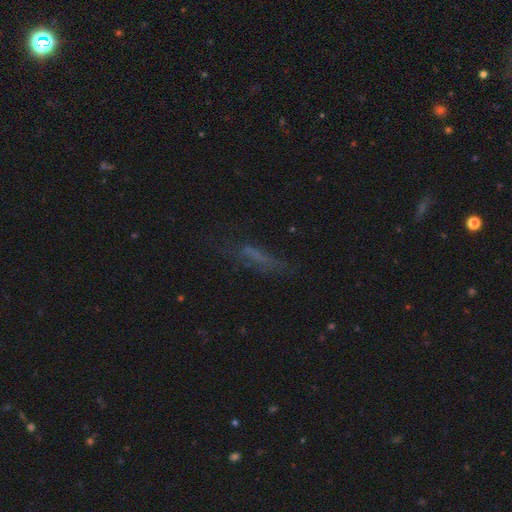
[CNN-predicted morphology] This appears to be a smooth galaxy with no disk features (50%) that is cigar-shaped (74%). Merging: none (58%).